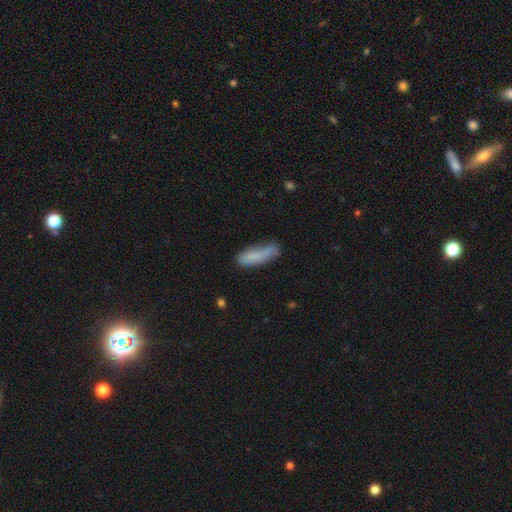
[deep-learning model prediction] A smooth galaxy with no disk features (78%) that is cigar-shaped (57%).

Vote fractions:
- Smooth or featured? smooth: 78% / featured or disk: 14% / star or artifact: 7%
- How rounded? cigar-shaped: 57% / in between: 41% / round: 2%
- Merging? none: 60% / minor disturbance: 28% / major disturbance: 8% / merger: 4%